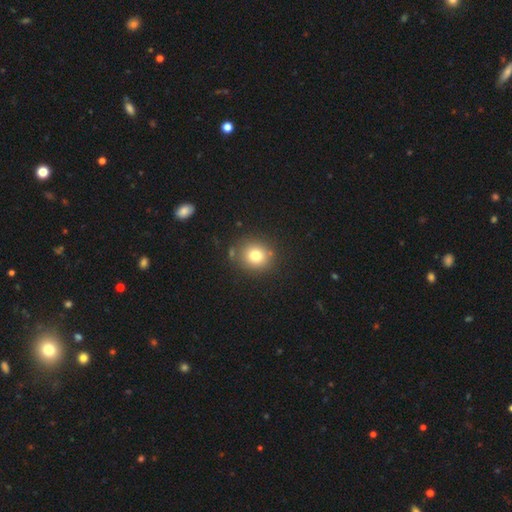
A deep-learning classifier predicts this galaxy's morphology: Q: Smooth or featured?
A: smooth (78%); runner-up: star or artifact (12%)
Q: How rounded?
A: round (84%); runner-up: in between (15%)
Q: Merging?
A: none (82%); runner-up: minor disturbance (10%)